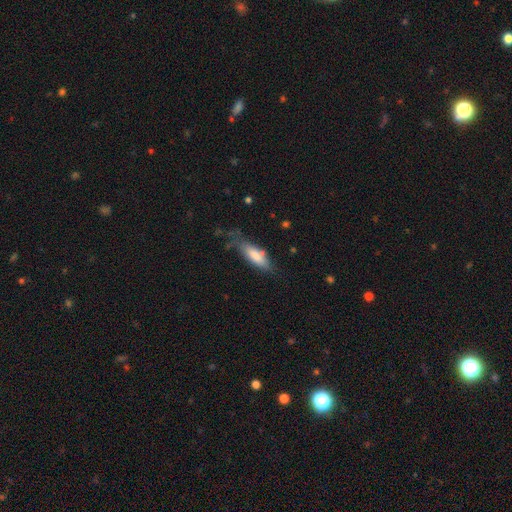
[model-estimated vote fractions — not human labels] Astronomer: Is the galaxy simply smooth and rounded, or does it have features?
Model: smooth — 77%.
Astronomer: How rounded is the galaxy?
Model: in between — 55% (runner-up: cigar-shaped, 43%).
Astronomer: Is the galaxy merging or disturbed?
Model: none — 55%.